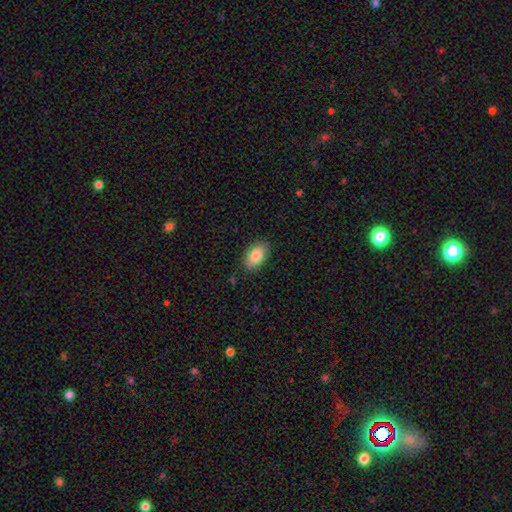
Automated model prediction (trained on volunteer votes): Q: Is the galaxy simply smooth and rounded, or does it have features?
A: smooth — 84%.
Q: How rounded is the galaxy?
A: in between — 92%.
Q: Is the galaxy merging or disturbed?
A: none — 86%.